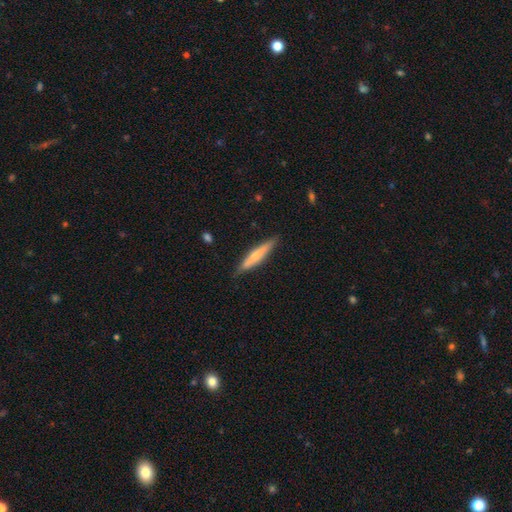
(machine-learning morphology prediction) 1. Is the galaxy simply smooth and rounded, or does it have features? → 52% smooth, 42% featured or disk, 6% star or artifact.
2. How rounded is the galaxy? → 90% cigar-shaped, 8% in between, 1% round.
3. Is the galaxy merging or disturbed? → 86% none, 11% minor disturbance, 2% major disturbance, 1% merger.